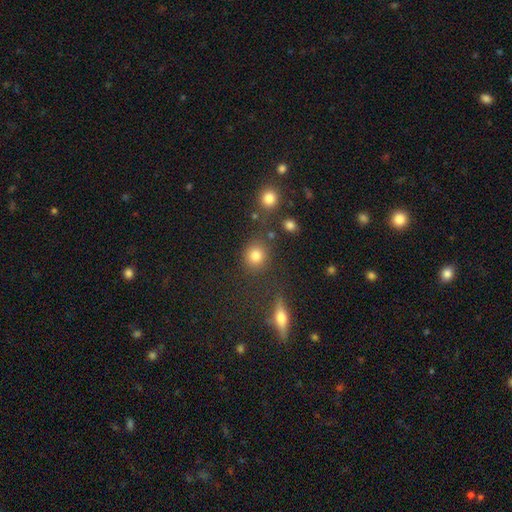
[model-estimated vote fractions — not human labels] A smooth galaxy with no disk features (81%) that is round (83%).

Vote fractions:
- Smooth or featured? smooth: 81% / star or artifact: 12% / featured or disk: 7%
- How rounded? round: 83% / in between: 15% / cigar-shaped: 2%
- Merging? none: 77% / minor disturbance: 10% / merger: 8% / major disturbance: 5%